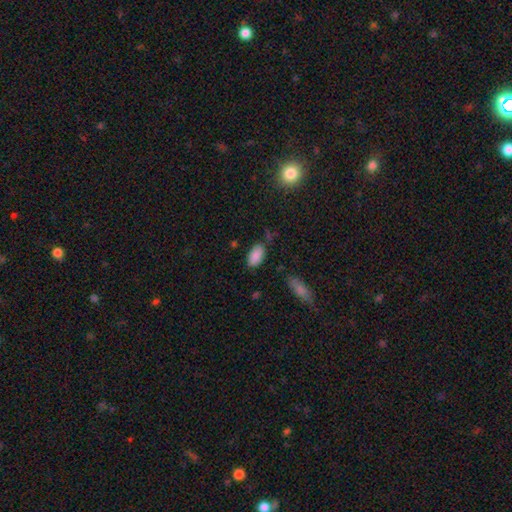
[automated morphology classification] Overall: smooth (88%). How rounded: in between (94%). Merging: none (76%).